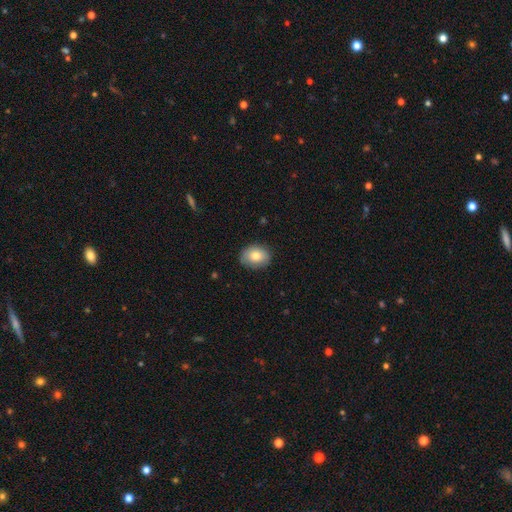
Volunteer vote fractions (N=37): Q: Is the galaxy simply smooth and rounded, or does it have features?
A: smooth — 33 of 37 (89%).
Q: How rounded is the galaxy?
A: in between — 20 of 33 (61%).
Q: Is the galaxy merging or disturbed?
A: none — 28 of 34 (82%).